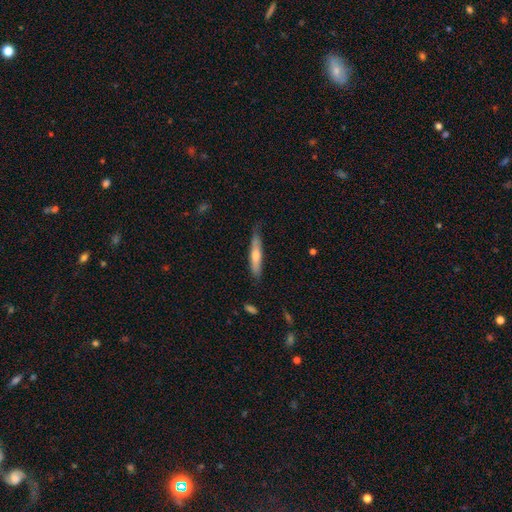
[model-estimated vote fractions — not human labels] Smooth or featured? Predicted: smooth (p=0.57). How rounded? Predicted: cigar-shaped (p=0.87). Merging? Predicted: none (p=0.75).